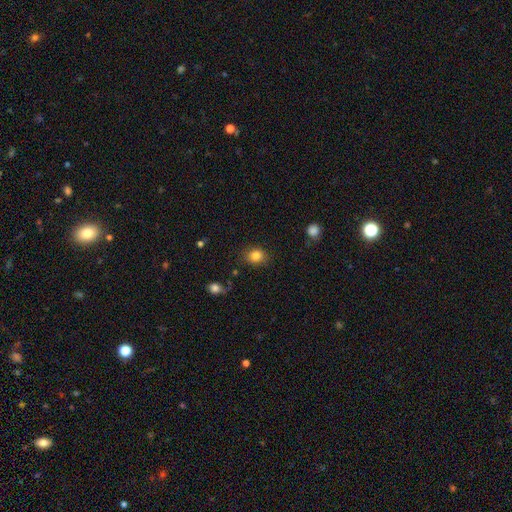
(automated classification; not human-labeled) smooth-or-featured: smooth: 83% | star or artifact: 11% | featured or disk: 7%
  how-rounded: round: 62% | in between: 37% | cigar-shaped: 1%
  merging: none: 85% | minor disturbance: 11% | major disturbance: 3% | merger: 2%